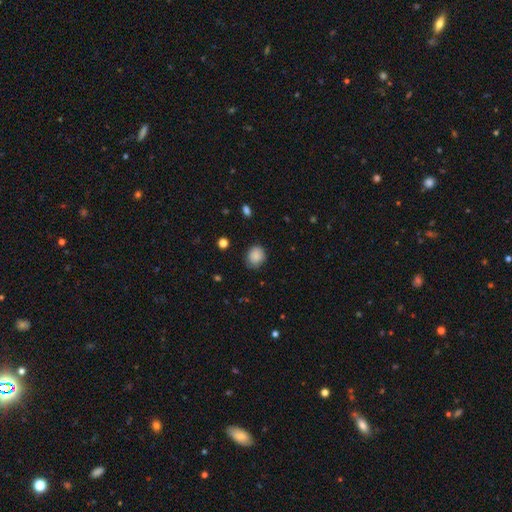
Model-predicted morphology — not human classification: smooth-or-featured: smooth: 86% | star or artifact: 8% | featured or disk: 6%
  how-rounded: round: 69% | in between: 30% | cigar-shaped: 1%
  merging: none: 77% | minor disturbance: 18% | major disturbance: 4% | merger: 1%